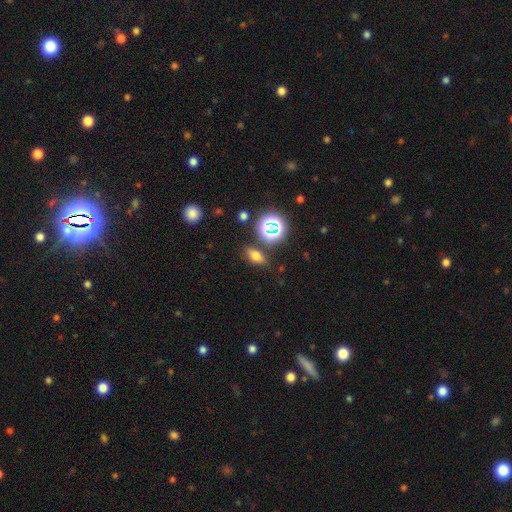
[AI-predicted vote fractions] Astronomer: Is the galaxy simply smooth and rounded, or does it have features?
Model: smooth — 65%.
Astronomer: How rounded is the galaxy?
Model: in between — 76%.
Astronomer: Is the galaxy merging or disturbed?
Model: none — 79%.